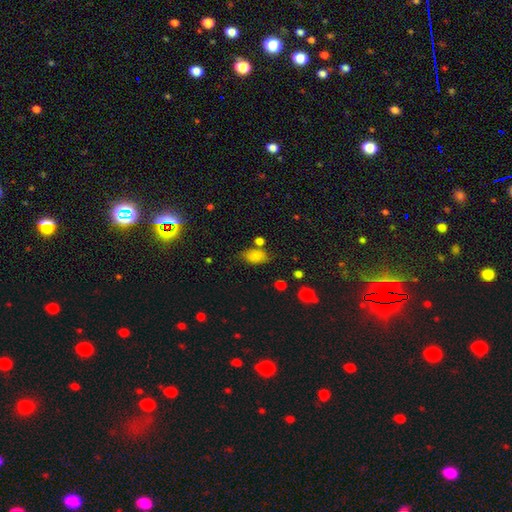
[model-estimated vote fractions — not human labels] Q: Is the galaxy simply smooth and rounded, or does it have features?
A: smooth — 80%.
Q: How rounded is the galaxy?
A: in between — 90%.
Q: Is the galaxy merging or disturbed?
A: none — 62%.